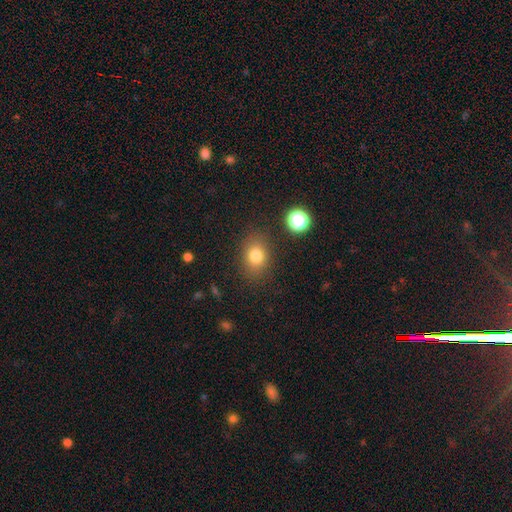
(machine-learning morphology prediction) smooth-or-featured: smooth: 80% | star or artifact: 13% | featured or disk: 8%
  how-rounded: in between: 55% | round: 44% | cigar-shaped: 1%
  merging: none: 83% | minor disturbance: 11% | major disturbance: 4% | merger: 2%